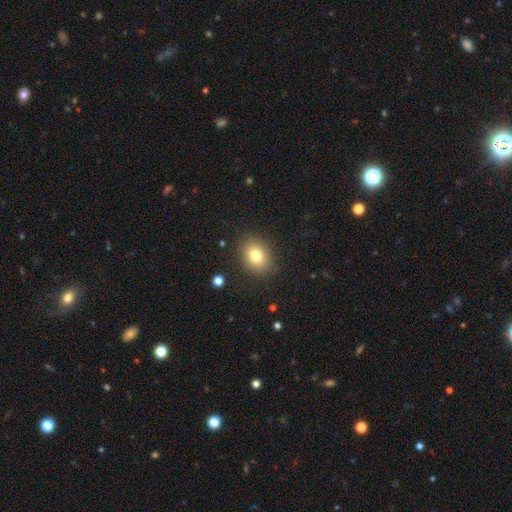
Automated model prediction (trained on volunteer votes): Morphology: type=smooth (80%); roundness=in between (51%); merging=none (87%).